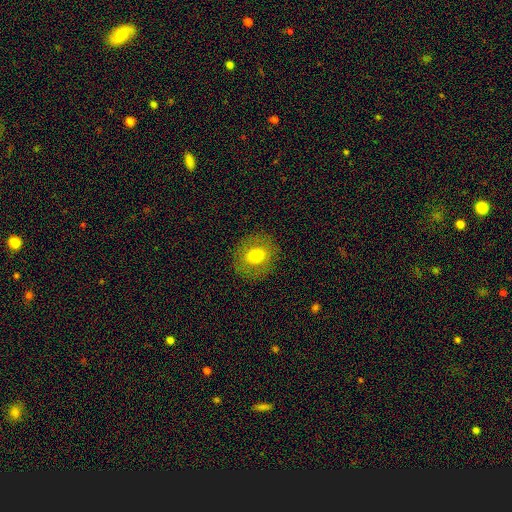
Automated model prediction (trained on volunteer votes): Q: Smooth or featured?
A: smooth (66%); runner-up: featured or disk (24%)
Q: How rounded?
A: round (75%); runner-up: in between (24%)
Q: Merging?
A: none (86%); runner-up: minor disturbance (9%)